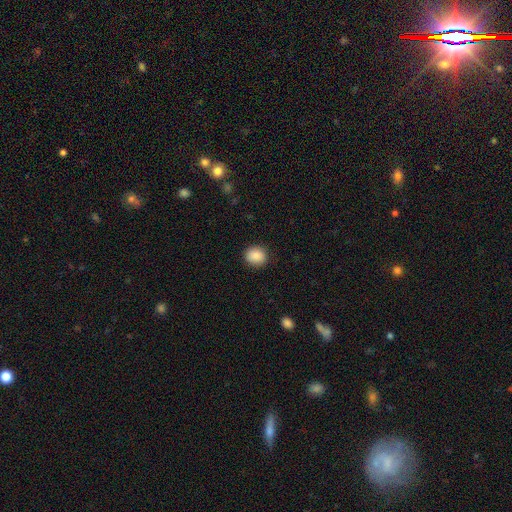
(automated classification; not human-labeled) smooth 88%, star or artifact 8%, featured or disk 4%. Down the decision tree: how rounded — round (79%); merging — none (89%).